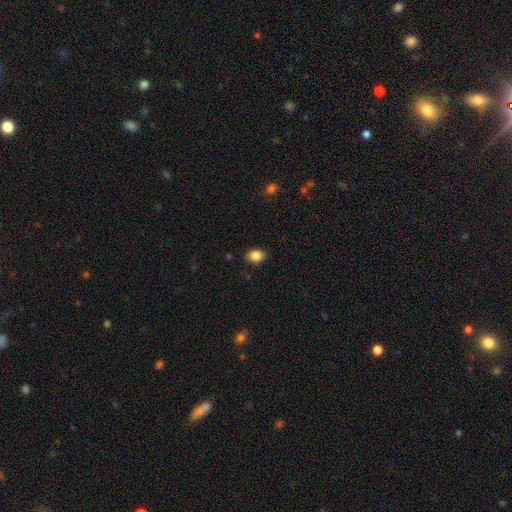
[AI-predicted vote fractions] smooth 86%, star or artifact 9%, featured or disk 5%. Down the decision tree: how rounded — in between (72%); merging — none (85%).